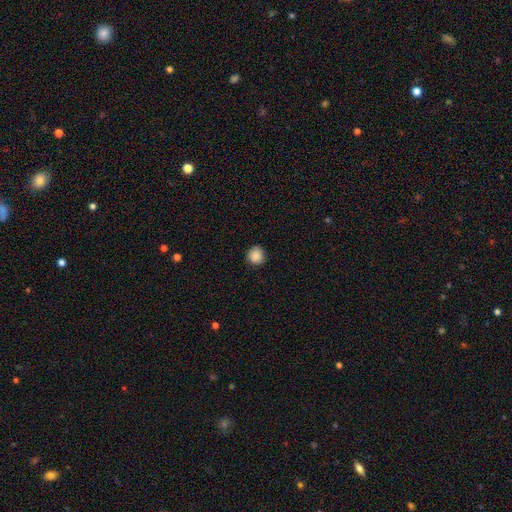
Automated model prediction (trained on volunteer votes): Smooth or featured?
  - smooth: 87% *
  - star or artifact: 9%
  - featured or disk: 4%
How rounded?
  - round: 92% *
  - in between: 7%
  - cigar-shaped: 1%
Merging?
  - none: 89% *
  - minor disturbance: 8%
  - major disturbance: 2%
  - merger: 1%